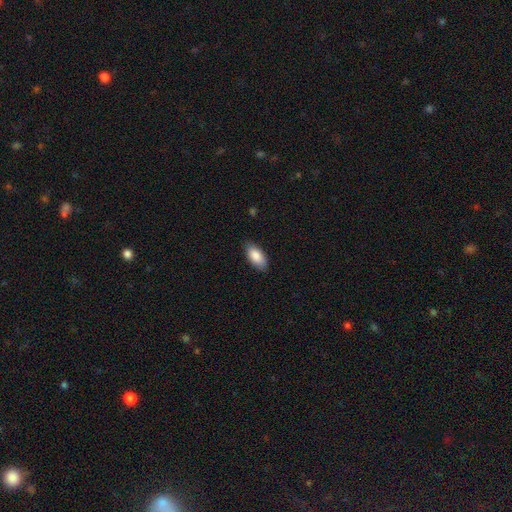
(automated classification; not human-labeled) Q: Smooth or featured?
A: smooth (86%); runner-up: featured or disk (8%)
Q: How rounded?
A: in between (91%); runner-up: cigar-shaped (6%)
Q: Merging?
A: none (85%); runner-up: minor disturbance (12%)